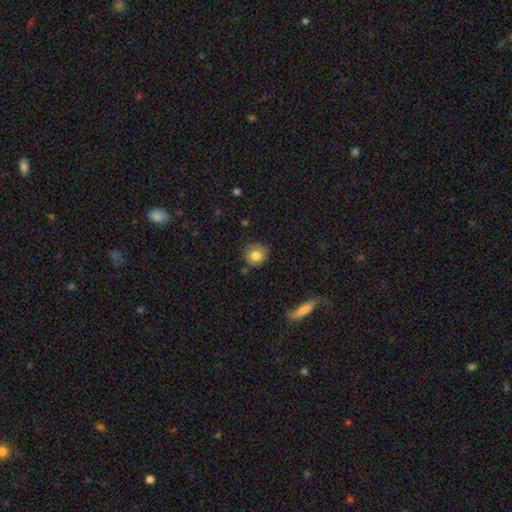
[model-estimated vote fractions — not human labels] Smooth or featured?
  - smooth: 78% *
  - featured or disk: 13%
  - star or artifact: 9%
How rounded?
  - round: 87% *
  - in between: 12%
  - cigar-shaped: 1%
Merging?
  - none: 74% *
  - minor disturbance: 18%
  - major disturbance: 5%
  - merger: 3%